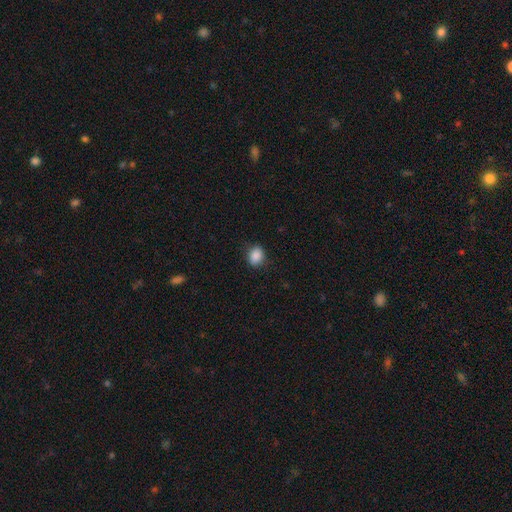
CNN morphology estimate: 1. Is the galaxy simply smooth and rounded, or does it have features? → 88% smooth, 9% star or artifact, 3% featured or disk.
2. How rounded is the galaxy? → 50% in between, 49% round, 1% cigar-shaped.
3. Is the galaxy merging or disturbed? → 84% none, 12% minor disturbance, 3% major disturbance, 1% merger.